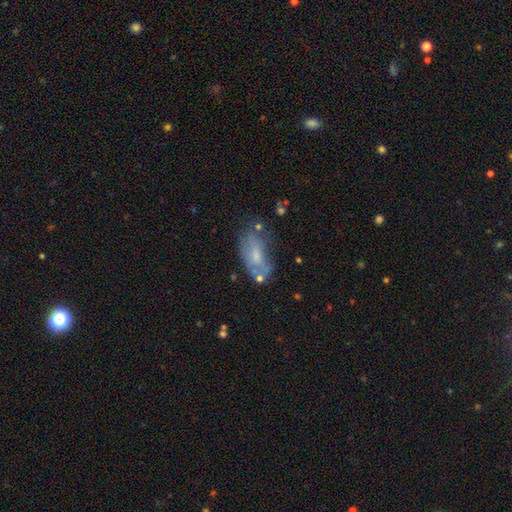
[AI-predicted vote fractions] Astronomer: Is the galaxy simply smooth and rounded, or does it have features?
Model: smooth — 56% (runner-up: featured or disk, 35%).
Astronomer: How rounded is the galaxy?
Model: in between — 88%.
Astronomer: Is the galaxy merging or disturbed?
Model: none — 47% (runner-up: minor disturbance, 27%).